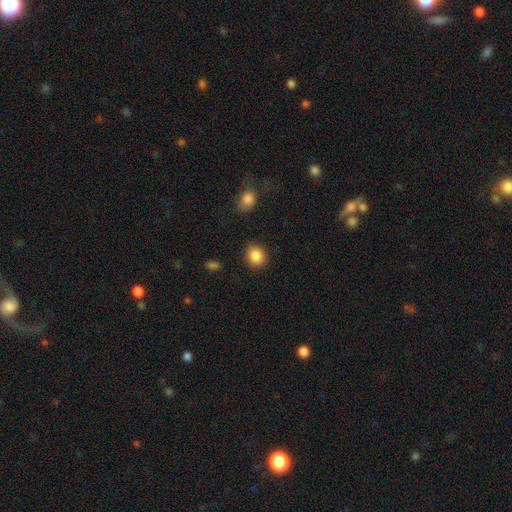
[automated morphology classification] Smooth or featured? smooth (88%)
How rounded? round (71%)
Merging? none (88%)